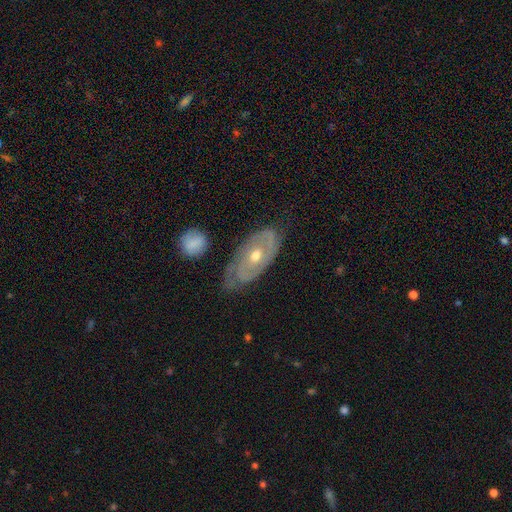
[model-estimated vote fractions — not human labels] A featured or disk galaxy (79%) with no bar (77%), 2 (54%) tight (65%) spiral arms (84%) and a moderate central bulge (69%). Merging: none (67%).